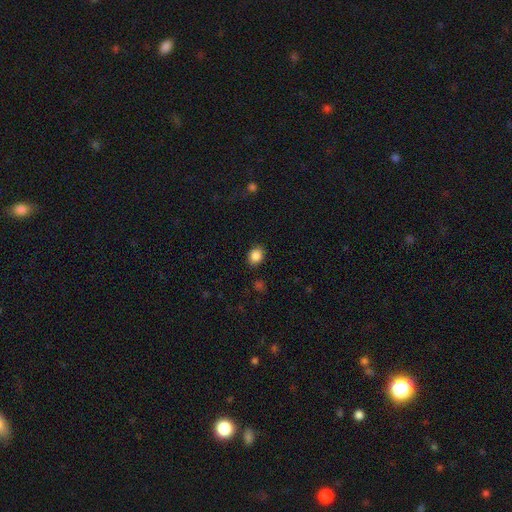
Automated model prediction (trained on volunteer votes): Overall: smooth (87%). How rounded: round (54%; in between 45%). Merging: none (87%).